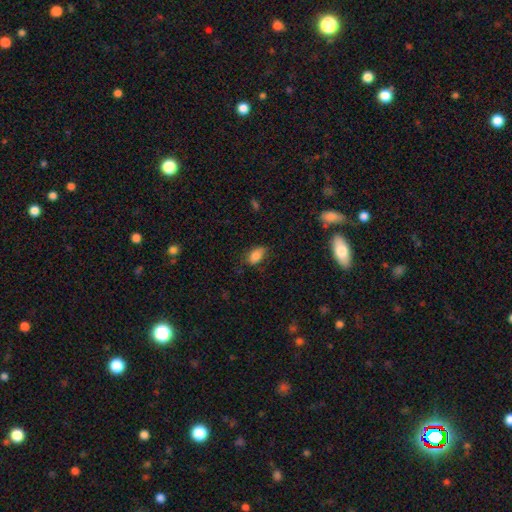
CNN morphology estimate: Smooth or featured?
  - smooth: 81% *
  - featured or disk: 10%
  - star or artifact: 9%
How rounded?
  - in between: 89% *
  - round: 8%
  - cigar-shaped: 3%
Merging?
  - none: 64% *
  - minor disturbance: 27%
  - major disturbance: 8%
  - merger: 2%